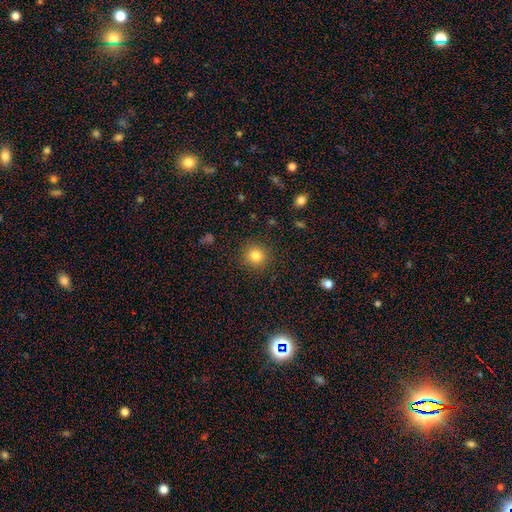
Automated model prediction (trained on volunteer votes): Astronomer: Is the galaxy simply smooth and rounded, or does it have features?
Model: smooth — 82%.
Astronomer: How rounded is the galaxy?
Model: round — 93%.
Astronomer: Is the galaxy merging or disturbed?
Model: none — 90%.